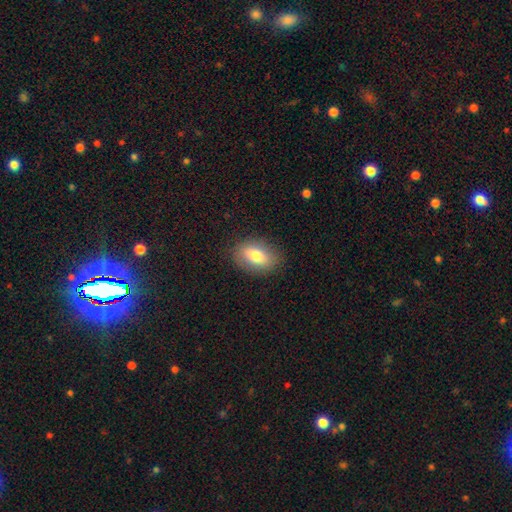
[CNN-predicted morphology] A smooth galaxy with no disk features (75%) that is in between round and cigar-shaped (84%). Merging: none (85%).